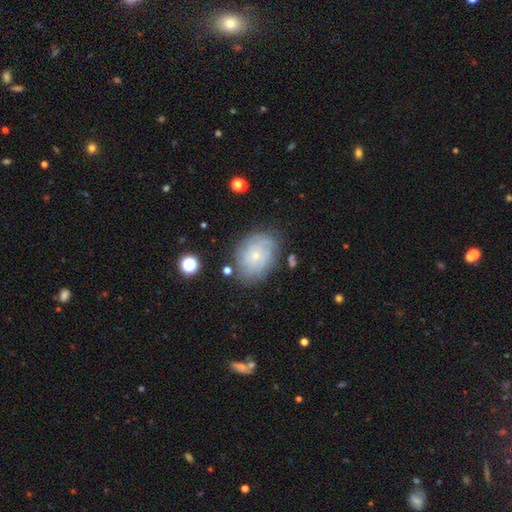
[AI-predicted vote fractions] Smooth or featured? featured or disk (62%)
Edge-on disk? no (97%)
Bar? no (84%)
Spiral arms? yes (83%)
Bulge size? small (79%)
Merging? none (73%)